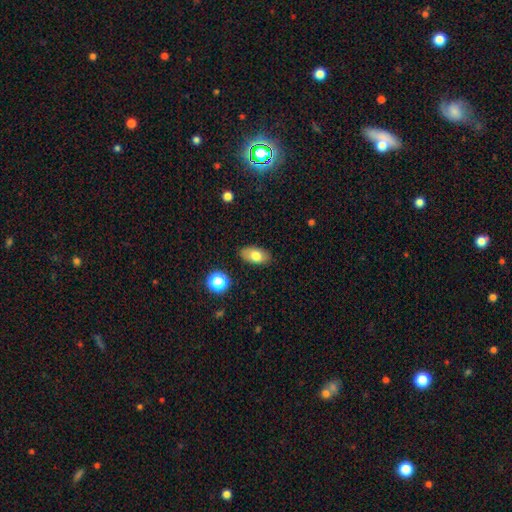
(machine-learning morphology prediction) Q: Smooth or featured?
A: smooth (77%); runner-up: featured or disk (15%)
Q: How rounded?
A: in between (90%); runner-up: round (6%)
Q: Merging?
A: none (85%); runner-up: minor disturbance (11%)